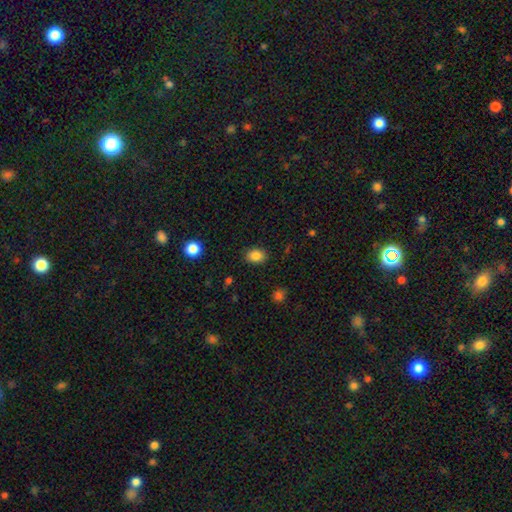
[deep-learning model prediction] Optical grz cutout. It shows a smooth galaxy with no disk features (86%) that is in between round and cigar-shaped (65%). Merging: none (87%).